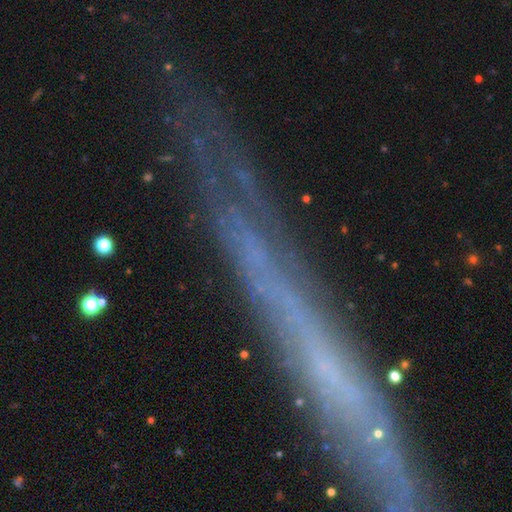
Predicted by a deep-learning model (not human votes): This appears to be a featured or disk galaxy (57%) viewed edge-on (81%). Merging: none (77%).